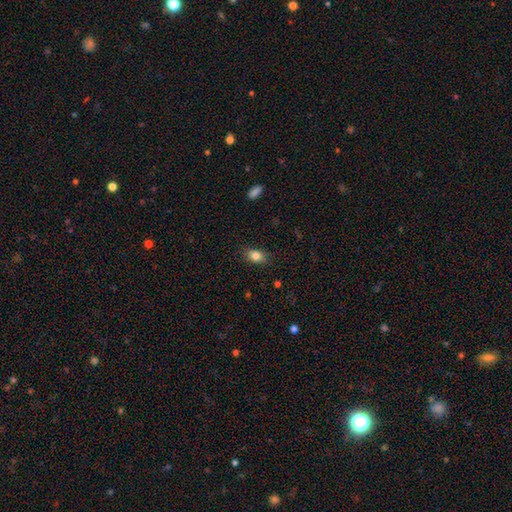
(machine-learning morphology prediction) Smooth or featured? Predicted: smooth (p=0.83). How rounded? Predicted: in between (p=0.76). Merging? Predicted: none (p=0.83).